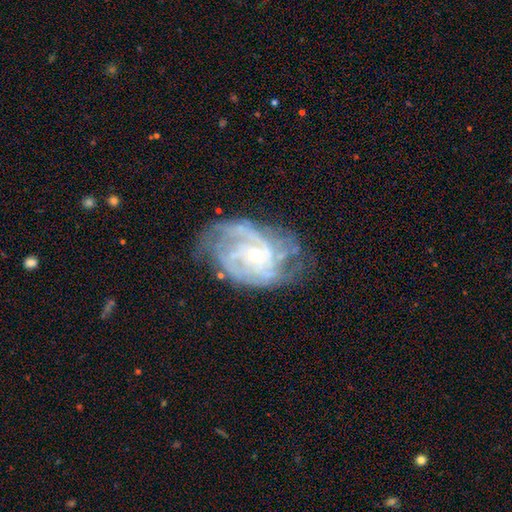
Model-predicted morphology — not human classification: Smooth or featured: featured or disk — 88% (star or artifact — 6%)
Edge-on disk: no — 97% (yes — 3%)
Bar: no — 68% (weak — 26%)
Spiral arms: yes — 96% (no — 4%)
Spiral winding: tight — 61% (medium — 32%)
Spiral arm count: can't tell — 30% (2 — 22%)
Bulge size: small — 68% (moderate — 29%)
Merging: none — 63% (minor disturbance — 23%)